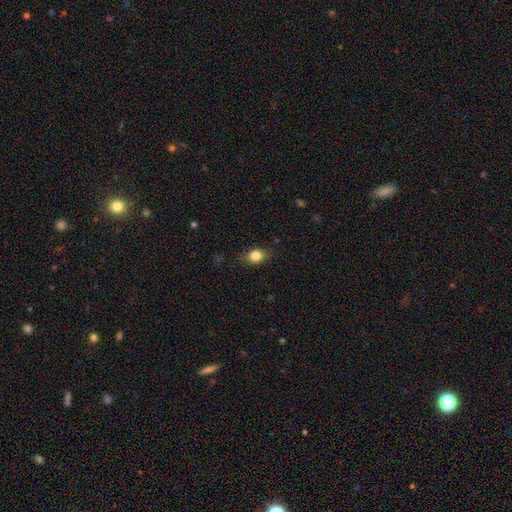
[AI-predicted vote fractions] Smooth or featured?
  - smooth: 83% *
  - star or artifact: 9%
  - featured or disk: 8%
How rounded?
  - in between: 63% *
  - round: 35%
  - cigar-shaped: 2%
Merging?
  - none: 81% *
  - minor disturbance: 14%
  - major disturbance: 3%
  - merger: 1%